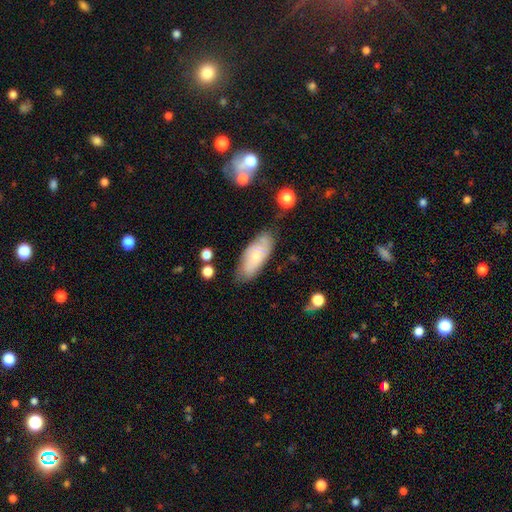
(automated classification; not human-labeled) This appears to be a smooth galaxy with no disk features (52%) that is in between round and cigar-shaped (80%). Merging: none (65%).